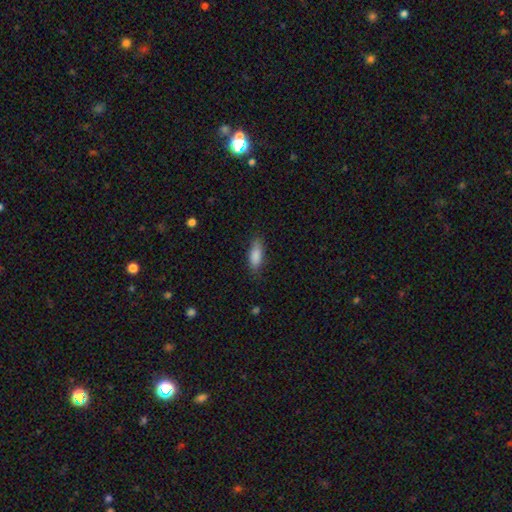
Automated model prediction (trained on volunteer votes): Smooth or featured: smooth — 86% (featured or disk — 8%)
How rounded: in between — 64% (cigar-shaped — 34%)
Merging: none — 79% (minor disturbance — 16%)